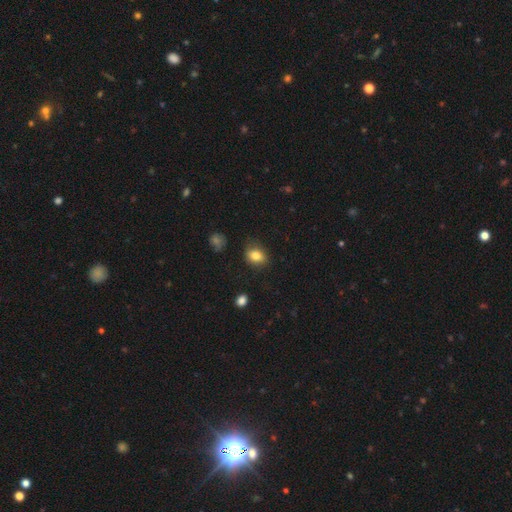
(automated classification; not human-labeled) Smooth or featured? Predicted: smooth (p=0.83). How rounded? Predicted: in between (p=0.66). Merging? Predicted: none (p=0.75).